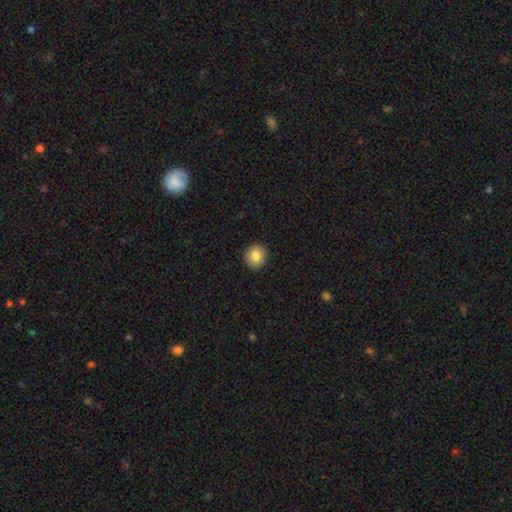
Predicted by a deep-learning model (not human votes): Smooth or featured: smooth — 83% (star or artifact — 9%)
How rounded: round — 90% (in between — 9%)
Merging: none — 92% (minor disturbance — 5%)